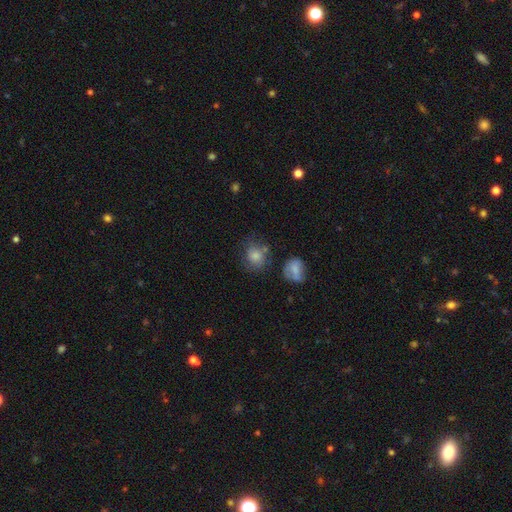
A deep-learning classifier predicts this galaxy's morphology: The model was most divided on "merging": none: 57%, minor disturbance: 22%, merger: 11%, major disturbance: 10%. More confident: smooth or featured — smooth (76%); how rounded — round (70%).